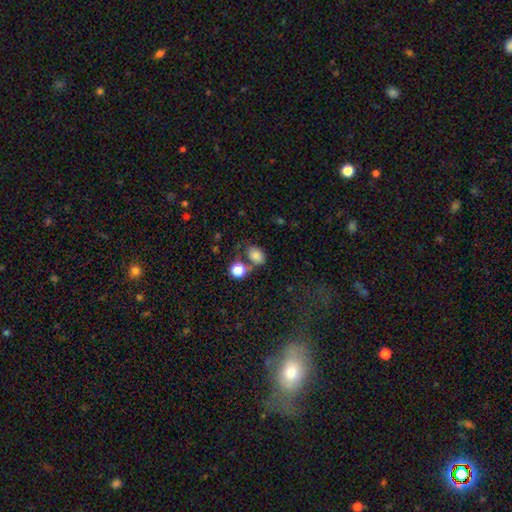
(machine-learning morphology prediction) Smooth or featured? Predicted: smooth (p=0.80). How rounded? Predicted: in between (p=0.75). Merging? Predicted: none (p=0.50).